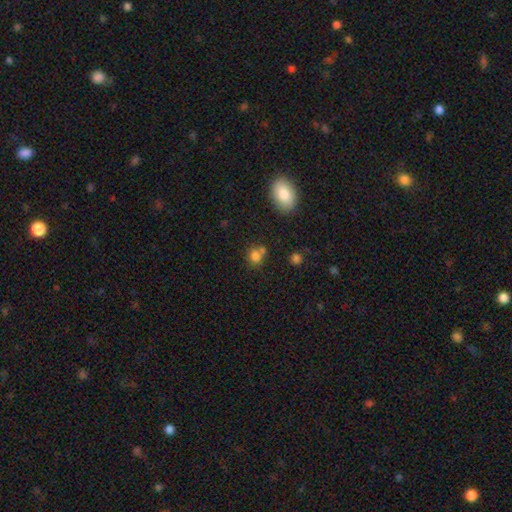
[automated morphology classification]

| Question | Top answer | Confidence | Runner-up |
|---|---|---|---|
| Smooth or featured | smooth | 78% | star or artifact (13%) |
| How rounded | round | 72% | in between (27%) |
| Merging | none | 53% | merger (31%) |